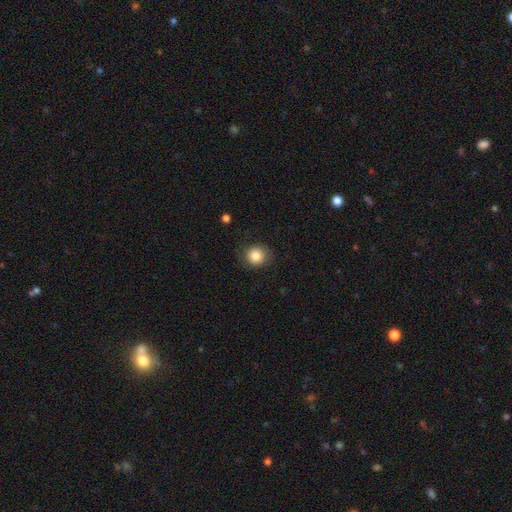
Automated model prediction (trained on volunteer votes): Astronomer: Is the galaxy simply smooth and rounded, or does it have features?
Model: smooth — 83%.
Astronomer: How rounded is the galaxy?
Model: round — 84%.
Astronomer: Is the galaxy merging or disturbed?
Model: none — 82%.